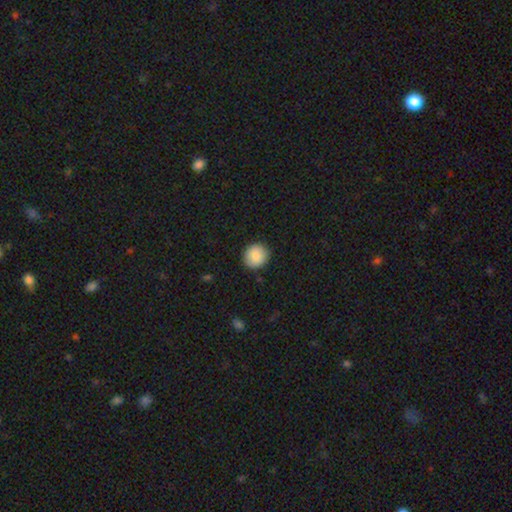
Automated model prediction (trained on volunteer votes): This appears to be a smooth galaxy with no disk features (88%) that is round (86%). Merging: none (89%).